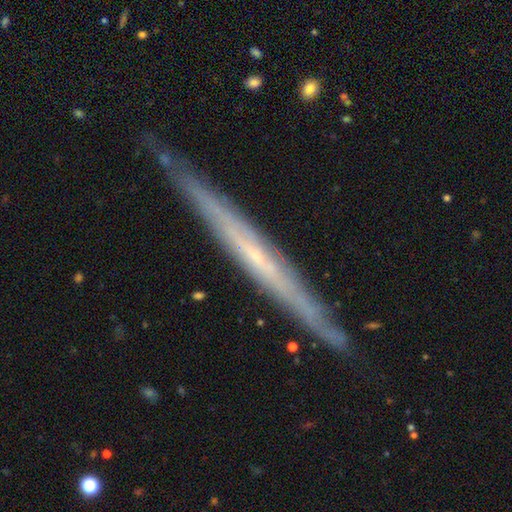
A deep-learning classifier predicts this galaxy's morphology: Overall: featured or disk (75%). Edge-on disk: yes (93%). Edge-on bulge: none (71%). Merging: none (85%).